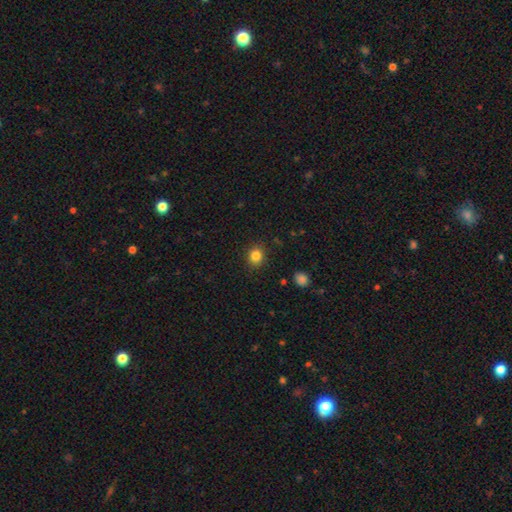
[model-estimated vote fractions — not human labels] Morphology: type=smooth (83%); roundness=round (76%); merging=none (89%).